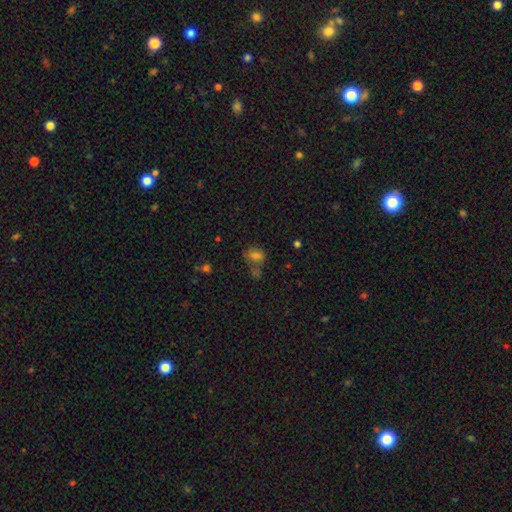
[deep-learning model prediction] Smooth or featured: smooth — 72% (star or artifact — 17%)
How rounded: in between — 58% (round — 40%)
Merging: none — 46% (merger — 28%)